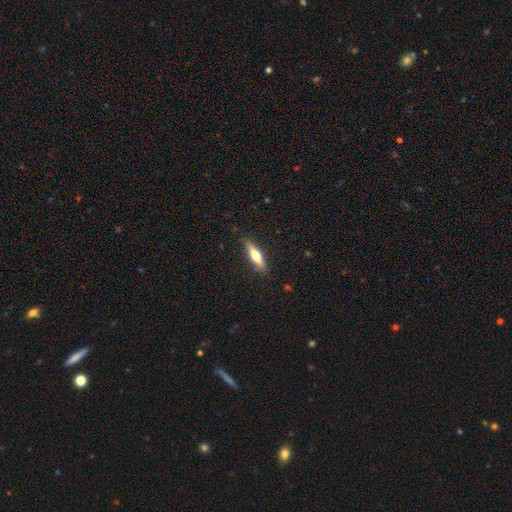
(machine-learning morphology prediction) Smooth or featured?
  - smooth: 54% *
  - featured or disk: 40%
  - star or artifact: 6%
How rounded?
  - cigar-shaped: 62% *
  - in between: 36%
  - round: 2%
Merging?
  - none: 87% *
  - minor disturbance: 10%
  - major disturbance: 2%
  - merger: 1%